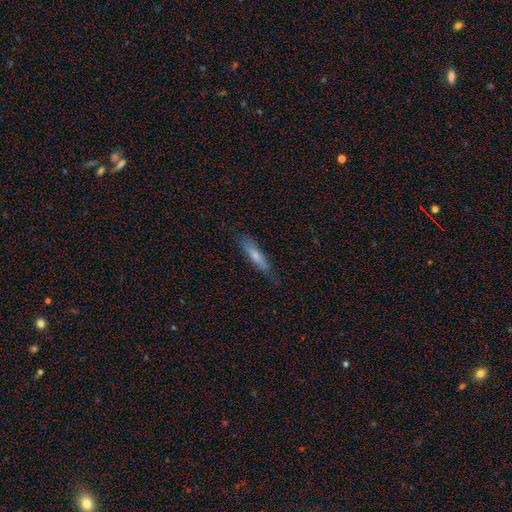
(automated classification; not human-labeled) Q: Smooth or featured?
A: smooth (63%); runner-up: featured or disk (31%)
Q: How rounded?
A: cigar-shaped (82%); runner-up: in between (16%)
Q: Merging?
A: none (76%); runner-up: minor disturbance (19%)